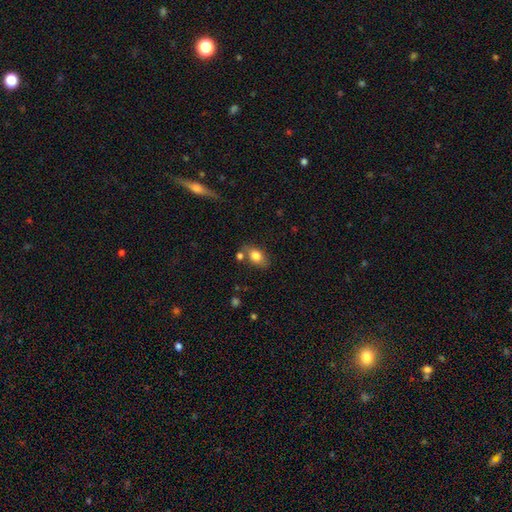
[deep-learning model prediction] A smooth galaxy with no disk features (80%) that is in between round and cigar-shaped (81%). Merging: none (66%).